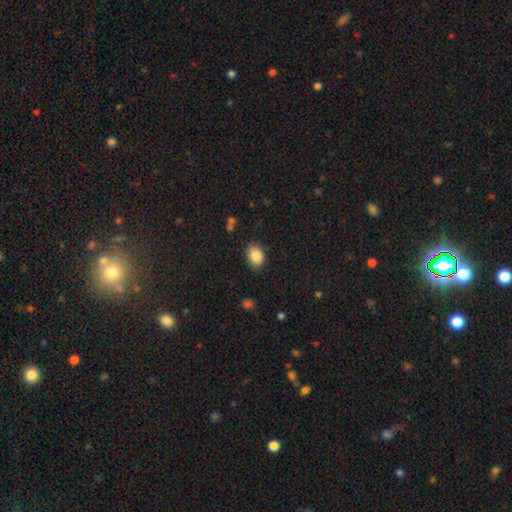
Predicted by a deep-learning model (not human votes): Smooth or featured? smooth (86%)
How rounded? in between (75%)
Merging? none (83%)